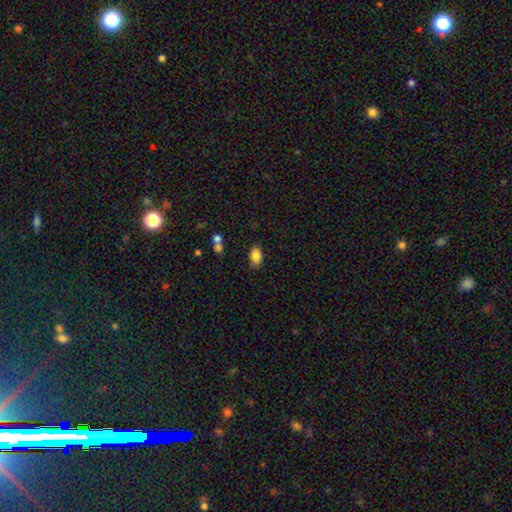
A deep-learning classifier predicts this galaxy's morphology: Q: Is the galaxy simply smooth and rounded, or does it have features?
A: smooth — 84%.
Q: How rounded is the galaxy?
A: in between — 90%.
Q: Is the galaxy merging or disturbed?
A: none — 83%.